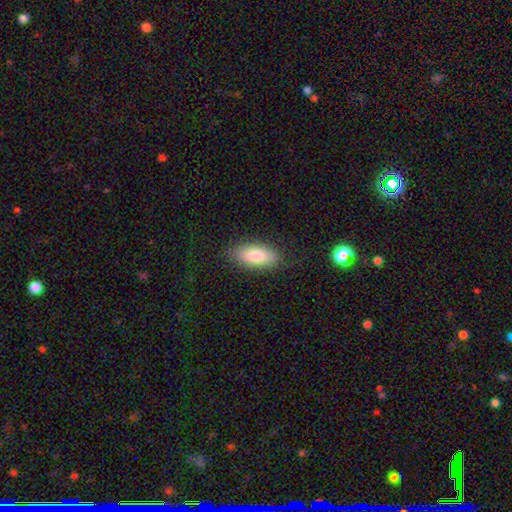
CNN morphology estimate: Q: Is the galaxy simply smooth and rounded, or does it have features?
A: smooth — 81%.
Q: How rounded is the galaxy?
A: in between — 83%.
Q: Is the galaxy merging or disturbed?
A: none — 84%.